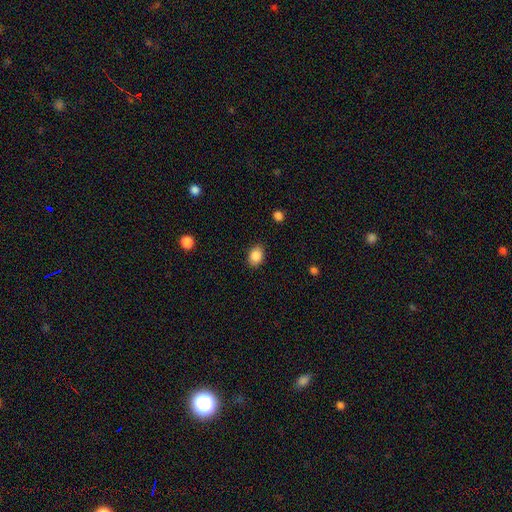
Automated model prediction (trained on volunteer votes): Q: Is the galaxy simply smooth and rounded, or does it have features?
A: smooth — 87%.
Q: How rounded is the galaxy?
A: in between — 72%.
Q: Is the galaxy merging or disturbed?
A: none — 86%.